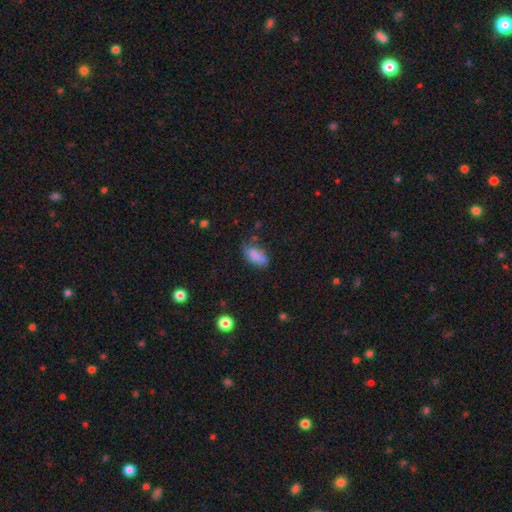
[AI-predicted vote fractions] smooth 79%, featured or disk 11%, star or artifact 10%. Down the decision tree: how rounded — in between (88%); merging — none (53%).